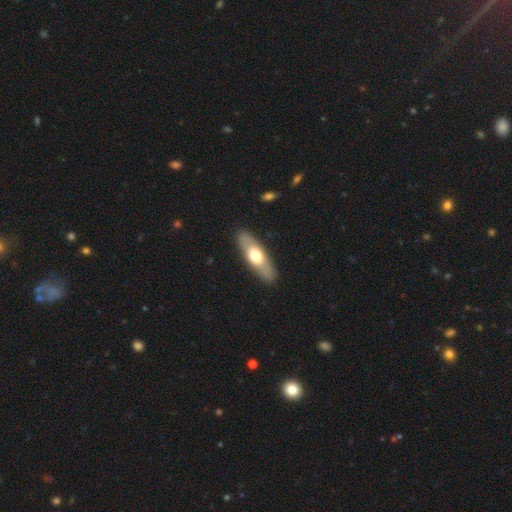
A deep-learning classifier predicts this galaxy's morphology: smooth_or_featured: smooth (p=0.55) [alt: featured or disk p=0.40]
how_rounded: in between (p=0.51) [alt: cigar-shaped p=0.47]
merging: none (p=0.88) [alt: minor disturbance p=0.09]